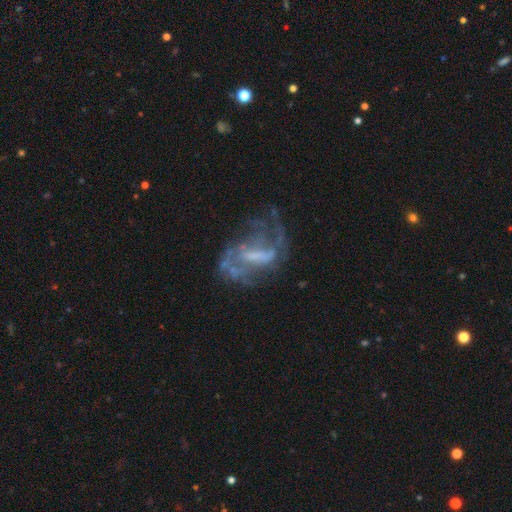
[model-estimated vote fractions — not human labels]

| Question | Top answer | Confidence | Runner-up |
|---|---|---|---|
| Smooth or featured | featured or disk | 77% | smooth (12%) |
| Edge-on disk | no | 95% | yes (5%) |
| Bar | weak | 41% | strong (36%) |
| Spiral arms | yes | 68% | no (32%) |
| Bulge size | none | 37% | small (32%) |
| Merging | none | 43% | major disturbance (33%) |